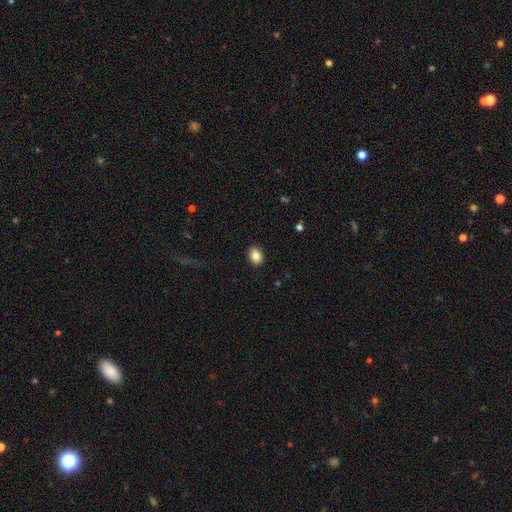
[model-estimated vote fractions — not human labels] A smooth galaxy with no disk features (86%) that is in between round and cigar-shaped (76%).

Vote fractions:
- Smooth or featured? smooth: 86% / star or artifact: 8% / featured or disk: 6%
- How rounded? in between: 76% / round: 23% / cigar-shaped: 1%
- Merging? none: 89% / minor disturbance: 8% / major disturbance: 2% / merger: 1%